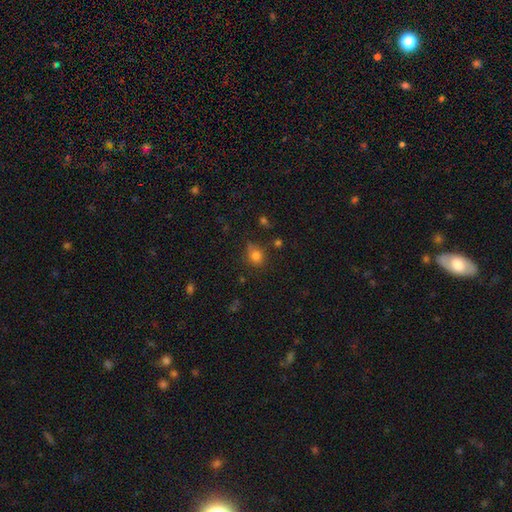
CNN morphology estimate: Smooth or featured? Predicted: smooth (p=0.79). How rounded? Predicted: round (p=0.69). Merging? Predicted: none (p=0.66).